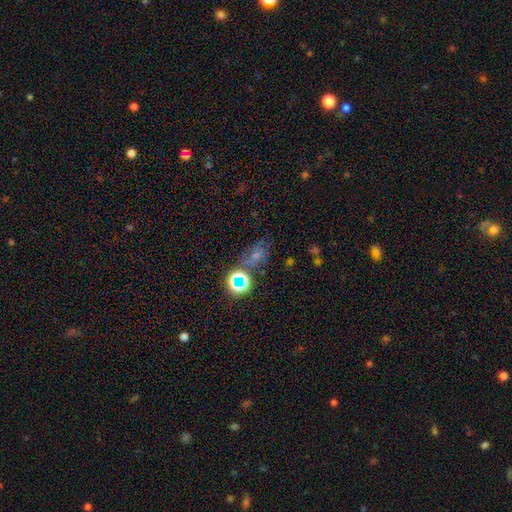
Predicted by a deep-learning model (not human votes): smooth_or_featured: smooth (p=0.48) [alt: star or artifact p=0.35]
merging: none (p=0.54) [alt: minor disturbance p=0.20]